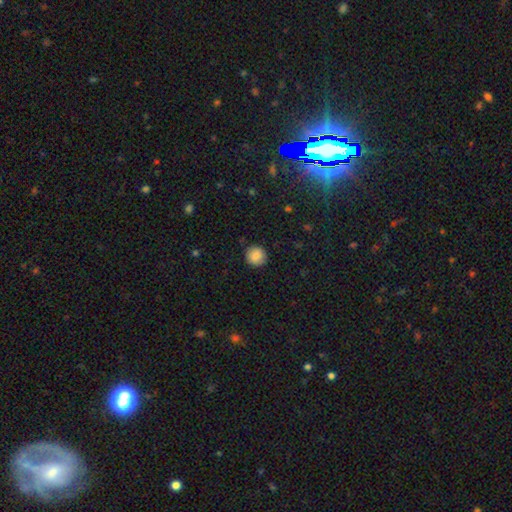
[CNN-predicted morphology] Overall: smooth (87%). How rounded: round (92%). Merging: none (88%).